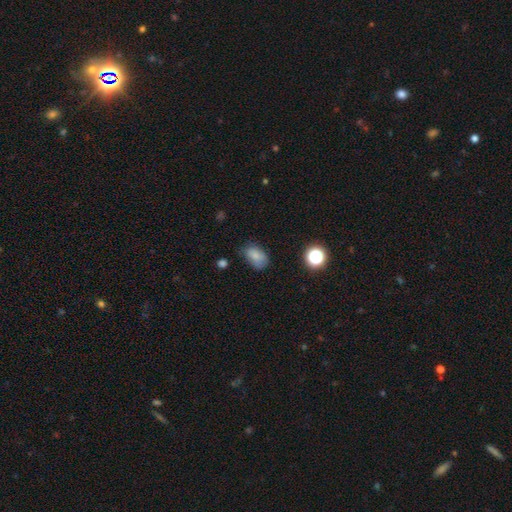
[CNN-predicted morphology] Smooth or featured? smooth (80%)
How rounded? in between (86%)
Merging? none (57%)